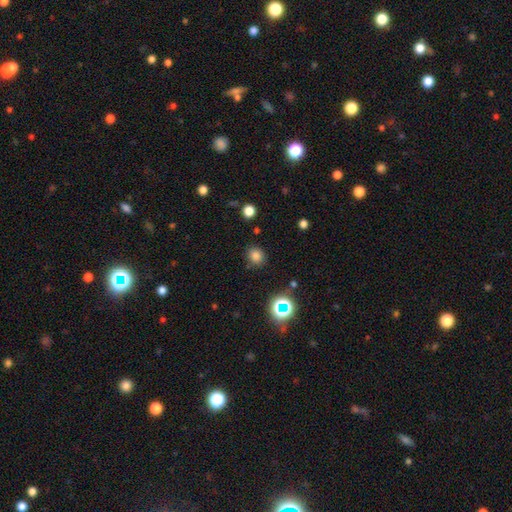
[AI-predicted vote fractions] This appears to be a smooth galaxy with no disk features (77%) that is round (77%). Merging: none (85%).